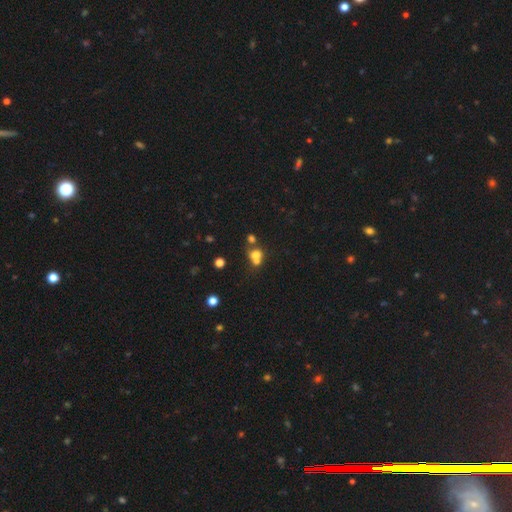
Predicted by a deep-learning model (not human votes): Q: Smooth or featured?
A: smooth (69%); runner-up: star or artifact (16%)
Q: How rounded?
A: round (76%); runner-up: in between (22%)
Q: Merging?
A: merger (57%); runner-up: none (32%)